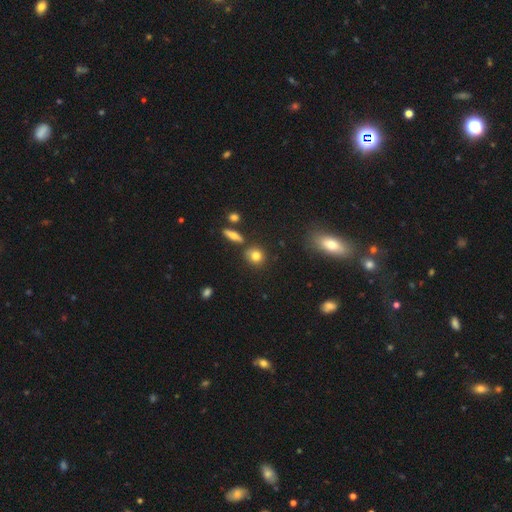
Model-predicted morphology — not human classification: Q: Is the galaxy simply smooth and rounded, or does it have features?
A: smooth — 79%.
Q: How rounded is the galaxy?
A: round — 77%.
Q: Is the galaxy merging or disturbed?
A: none — 77%.